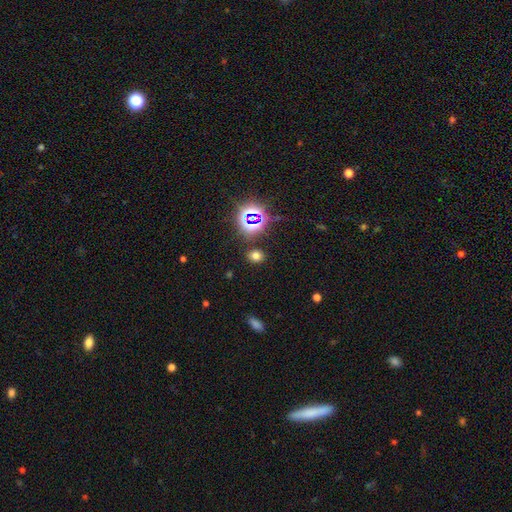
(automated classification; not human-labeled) smooth-or-featured: smooth: 66% | star or artifact: 27% | featured or disk: 7%
  how-rounded: round: 54% | in between: 45% | cigar-shaped: 1%
  merging: none: 85% | minor disturbance: 9% | major disturbance: 3% | merger: 3%